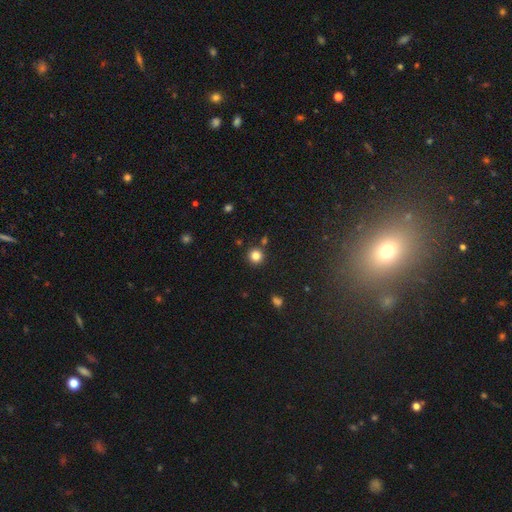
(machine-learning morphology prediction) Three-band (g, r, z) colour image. It shows a smooth galaxy with no disk features (83%) that is round (94%). Merging: none (87%).